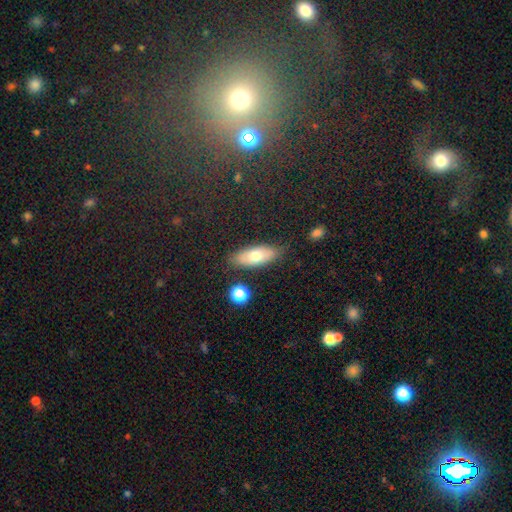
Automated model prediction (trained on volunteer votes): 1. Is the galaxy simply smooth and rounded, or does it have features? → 70% smooth, 23% featured or disk, 7% star or artifact.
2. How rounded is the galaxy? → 78% in between, 19% cigar-shaped, 3% round.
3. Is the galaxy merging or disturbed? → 81% none, 13% minor disturbance, 3% major disturbance, 3% merger.